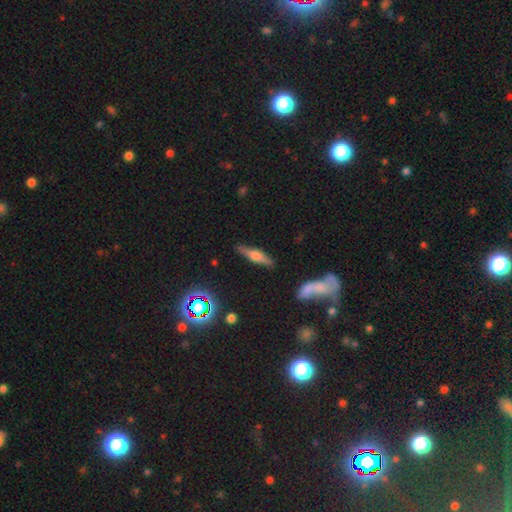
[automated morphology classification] The model was most divided on "smooth or featured": featured or disk: 57%, smooth: 34%, star or artifact: 9%. More confident: edge-on disk — yes (94%); edge-on bulge — rounded (86%); merging — none (86%).